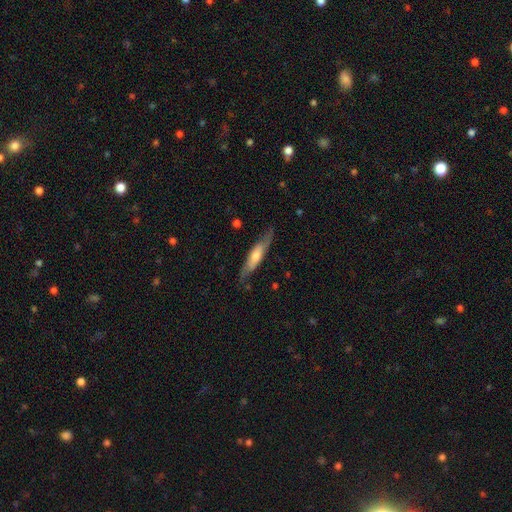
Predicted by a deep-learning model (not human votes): Morphology: type=featured or disk (50%); merging=none (76%).